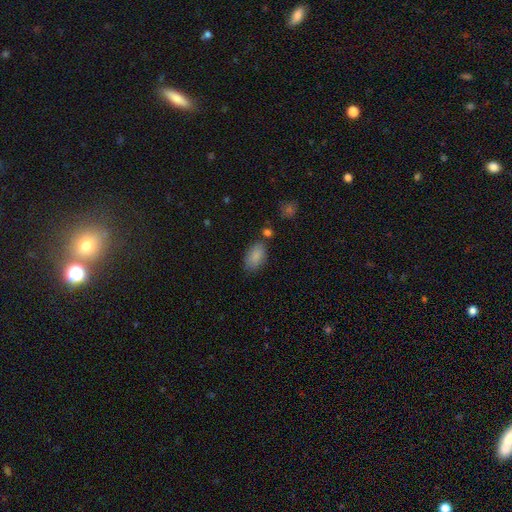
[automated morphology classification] Overall: smooth (87%). How rounded: in between (93%). Merging: none (72%).